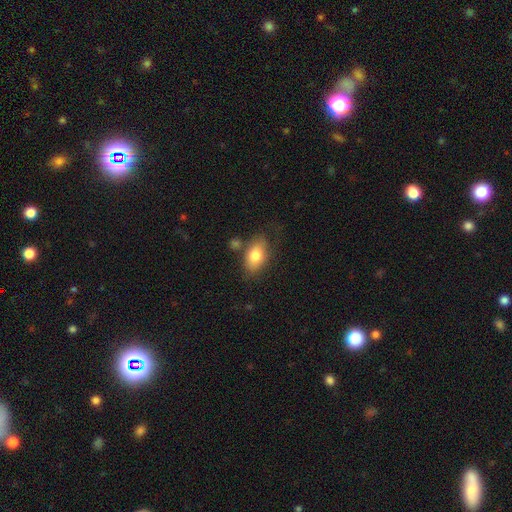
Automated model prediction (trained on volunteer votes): This appears to be a smooth galaxy with no disk features (78%) that is in between round and cigar-shaped (88%). Merging: none (66%).